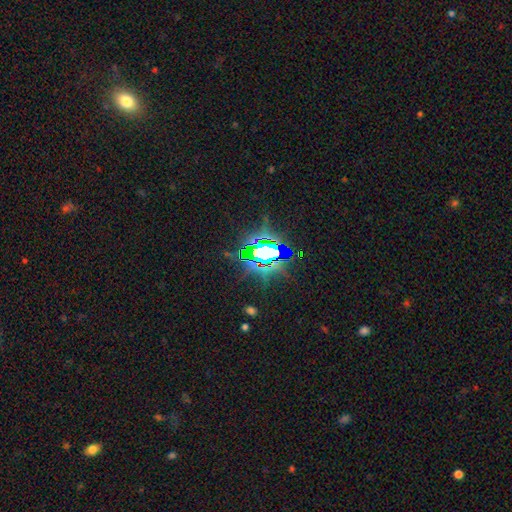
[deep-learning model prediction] smooth_or_featured: star or artifact (p=0.75) [alt: featured or disk p=0.13]